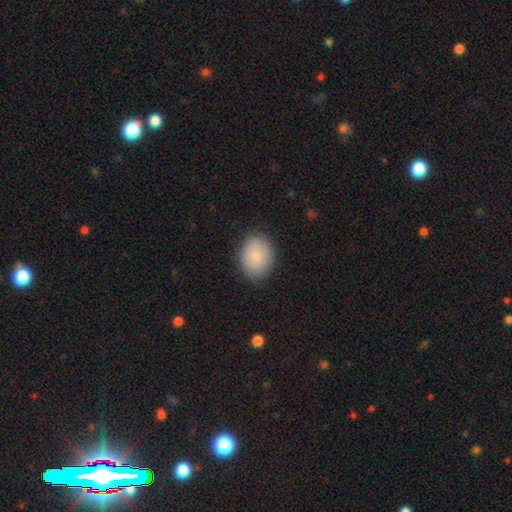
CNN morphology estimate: This appears to be a smooth galaxy with no disk features (87%) that is in between round and cigar-shaped (65%). Merging: none (86%).